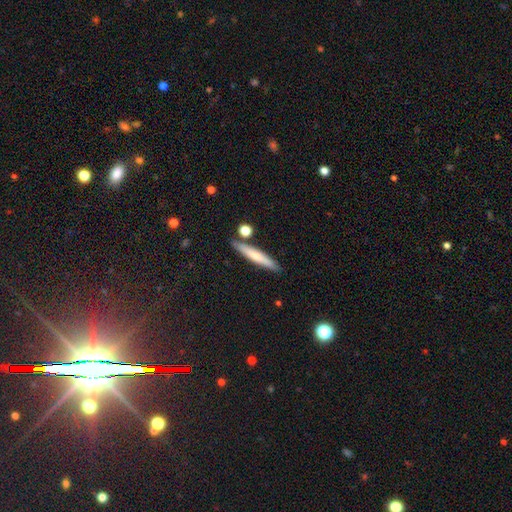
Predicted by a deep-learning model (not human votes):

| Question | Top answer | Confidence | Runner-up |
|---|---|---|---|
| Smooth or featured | smooth | 64% | featured or disk (30%) |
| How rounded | cigar-shaped | 92% | in between (6%) |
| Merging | none | 82% | minor disturbance (10%) |